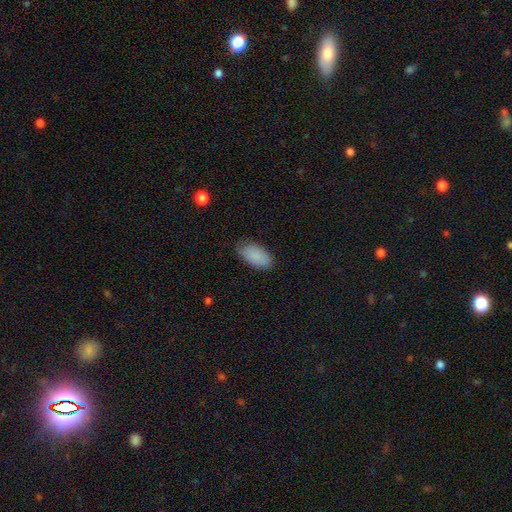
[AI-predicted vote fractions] This is clearly a smooth galaxy (88%). How rounded: clearly in between (94%). Merging: likely none (77%).